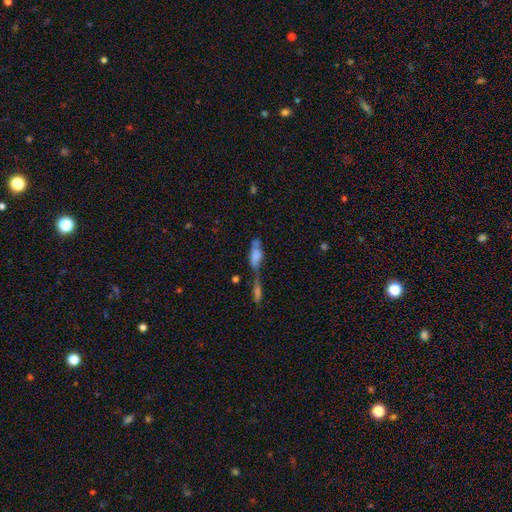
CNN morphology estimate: A smooth galaxy with no disk features (65%) that is in between round and cigar-shaped (66%). Merging: merger (59%).